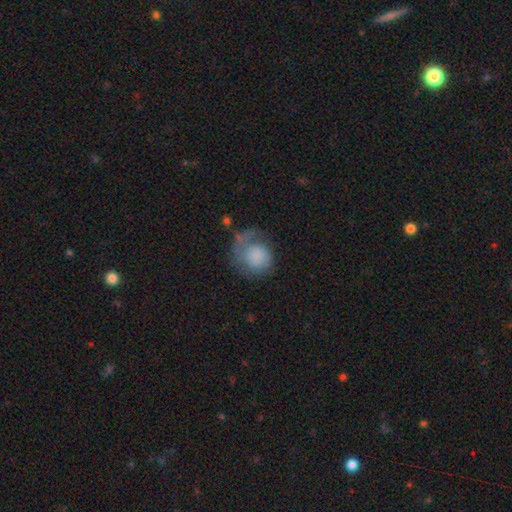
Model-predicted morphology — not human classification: Smooth or featured: smooth — 52% (featured or disk — 40%)
How rounded: round — 75% (in between — 24%)
Merging: none — 38% (major disturbance — 34%)